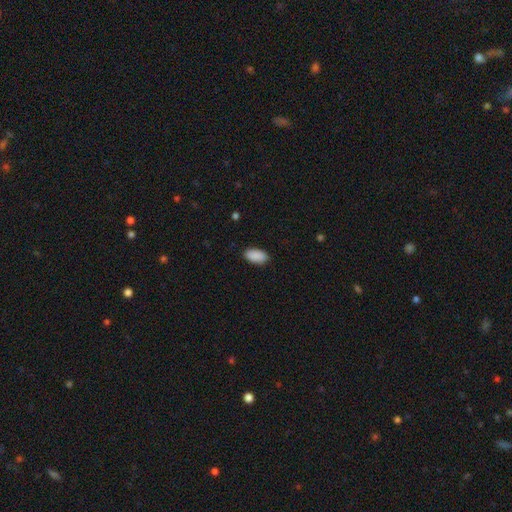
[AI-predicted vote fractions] A smooth galaxy with no disk features (91%) that is in between round and cigar-shaped (94%). Merging: none (87%).